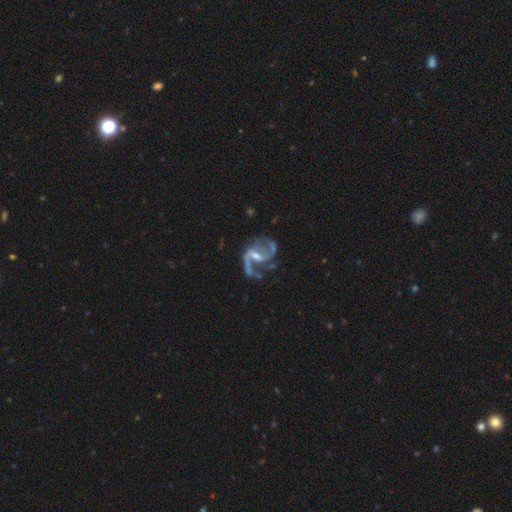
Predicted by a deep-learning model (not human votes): Smooth or featured? Predicted: featured or disk (p=0.91). Edge-on disk? Predicted: no (p=0.98). Bar? Predicted: weak (p=0.50). Spiral arms? Predicted: yes (p=0.97). Spiral winding? Predicted: medium (p=0.51). Spiral arm count? Predicted: 2 (p=0.82). Bulge size? Predicted: moderate (p=0.47). Merging? Predicted: none (p=0.56).